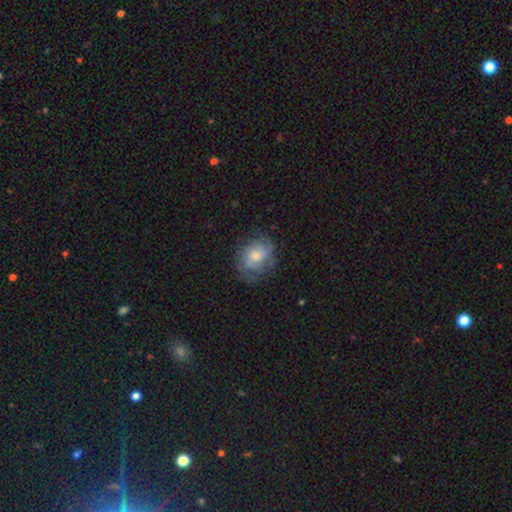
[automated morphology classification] type=smooth (48%); merging=none (62%).